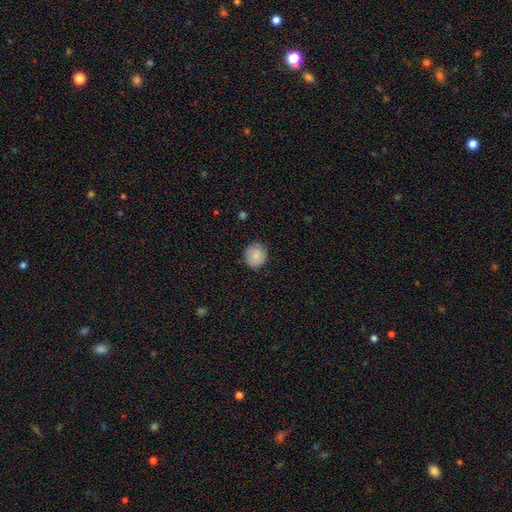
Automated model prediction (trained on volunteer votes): A smooth galaxy with no disk features (84%) that is round (87%).

Vote fractions:
- Smooth or featured? smooth: 84% / featured or disk: 8% / star or artifact: 8%
- How rounded? round: 87% / in between: 12% / cigar-shaped: 1%
- Merging? none: 82% / minor disturbance: 14% / major disturbance: 3% / merger: 1%